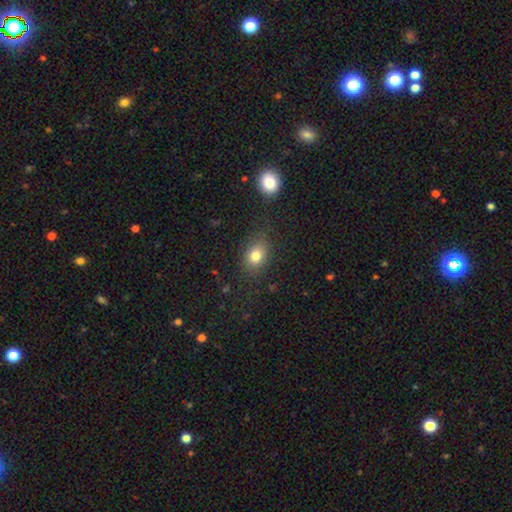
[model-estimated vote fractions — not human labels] smooth_or_featured: smooth (p=0.78) [alt: star or artifact p=0.13]
how_rounded: in between (p=0.64) [alt: round p=0.35]
merging: none (p=0.80) [alt: minor disturbance p=0.13]